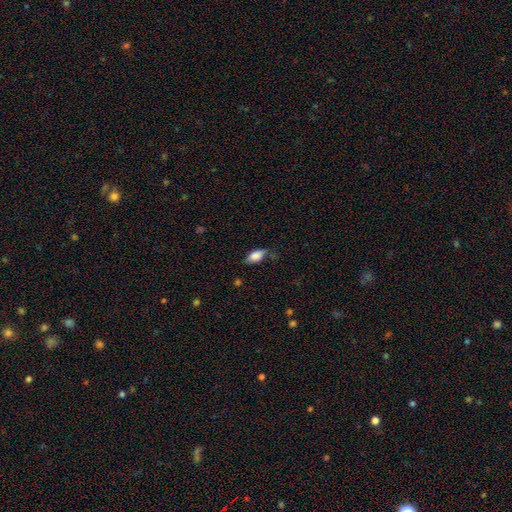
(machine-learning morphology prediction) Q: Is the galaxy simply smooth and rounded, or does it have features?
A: smooth — 77%.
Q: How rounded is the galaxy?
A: in between — 86%.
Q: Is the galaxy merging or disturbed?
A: none — 60%.